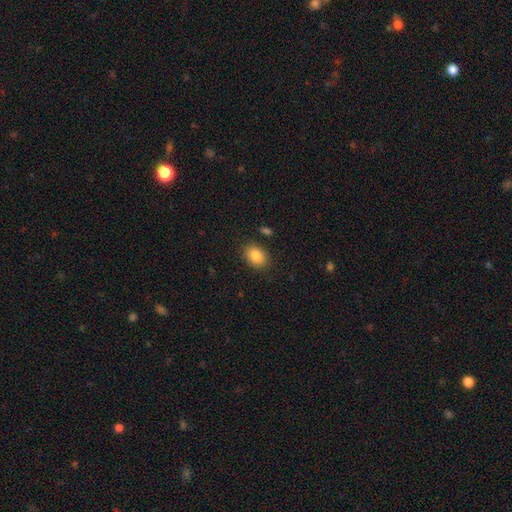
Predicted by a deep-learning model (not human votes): A smooth galaxy with no disk features (87%) that is in between round and cigar-shaped (71%).

Vote fractions:
- Smooth or featured? smooth: 87% / star or artifact: 8% / featured or disk: 5%
- How rounded? in between: 71% / round: 28% / cigar-shaped: 1%
- Merging? none: 85% / minor disturbance: 10% / major disturbance: 3% / merger: 2%